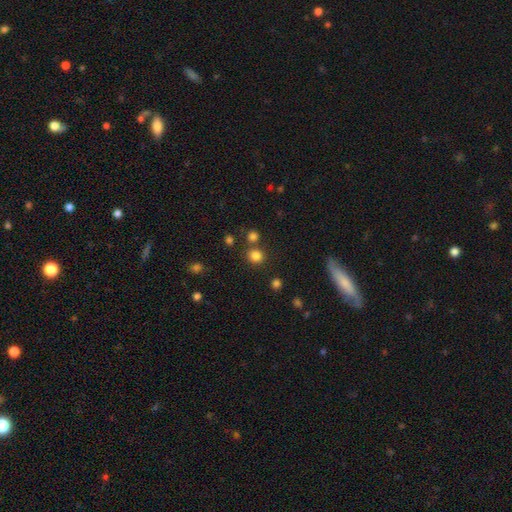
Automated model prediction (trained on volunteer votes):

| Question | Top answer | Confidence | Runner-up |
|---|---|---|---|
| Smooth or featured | smooth | 81% | star or artifact (14%) |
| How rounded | round | 84% | in between (15%) |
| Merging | none | 77% | merger (12%) |